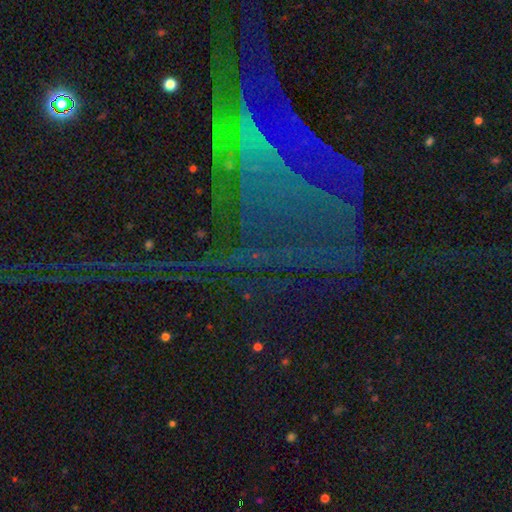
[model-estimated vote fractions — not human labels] Q: Smooth or featured?
A: star or artifact (68%); runner-up: featured or disk (20%)